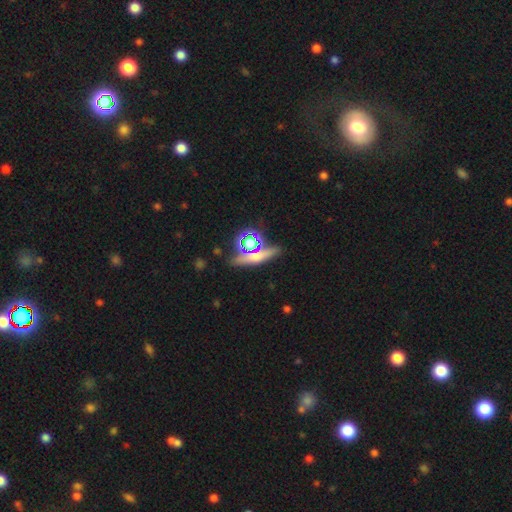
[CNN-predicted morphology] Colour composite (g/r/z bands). It shows a smooth galaxy with no disk features (49%). Merging: none (76%).